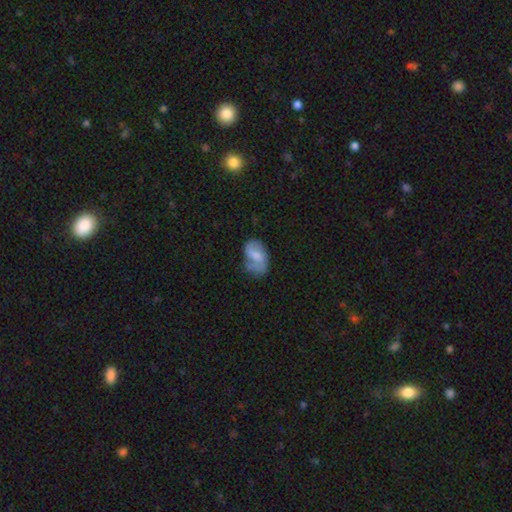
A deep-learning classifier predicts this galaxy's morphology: Q: Smooth or featured?
A: featured or disk (50%); runner-up: smooth (43%)
Q: Merging?
A: none (44%); runner-up: minor disturbance (32%)